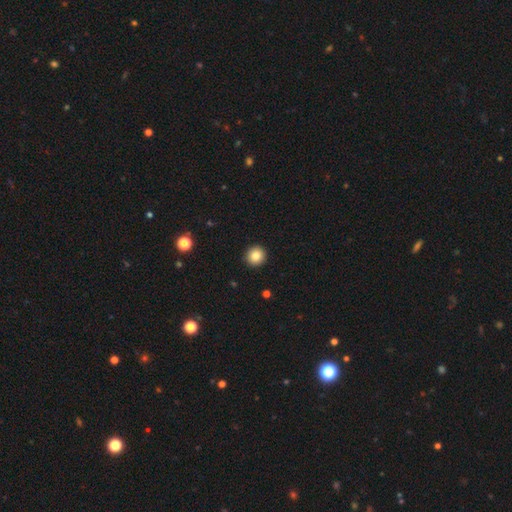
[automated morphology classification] smooth 84%, star or artifact 10%, featured or disk 6%. Down the decision tree: how rounded — round (94%); merging — none (93%).